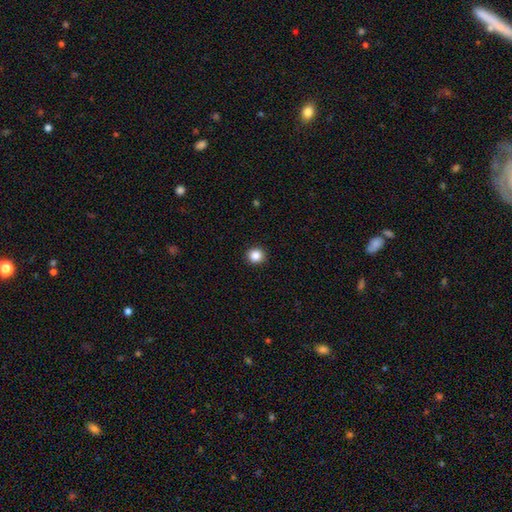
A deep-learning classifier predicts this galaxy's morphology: This appears to be a smooth galaxy with no disk features (85%) that is round (91%). Merging: none (93%).